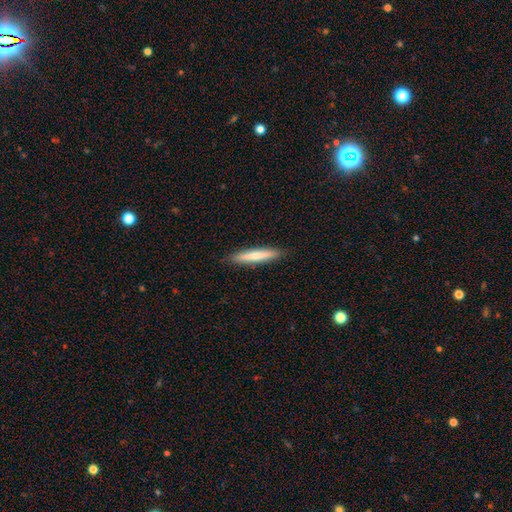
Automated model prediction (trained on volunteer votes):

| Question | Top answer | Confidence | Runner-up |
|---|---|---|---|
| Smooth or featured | smooth | 69% | featured or disk (26%) |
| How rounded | cigar-shaped | 93% | in between (6%) |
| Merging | none | 90% | minor disturbance (7%) |